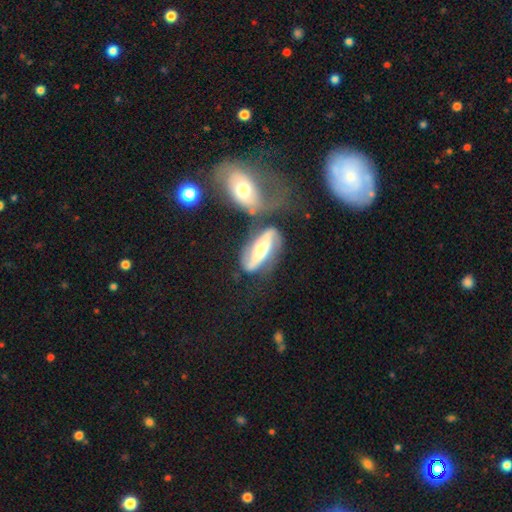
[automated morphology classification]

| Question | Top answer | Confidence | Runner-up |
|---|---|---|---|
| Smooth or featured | featured or disk | 78% | smooth (17%) |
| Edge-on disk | no | 87% | yes (13%) |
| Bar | strong | 53% | no (25%) |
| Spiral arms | yes | 89% | no (11%) |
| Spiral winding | loose | 42% | medium (38%) |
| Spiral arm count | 2 | 90% | can't tell (5%) |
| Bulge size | moderate | 65% | small (20%) |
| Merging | none | 51% | merger (23%) |